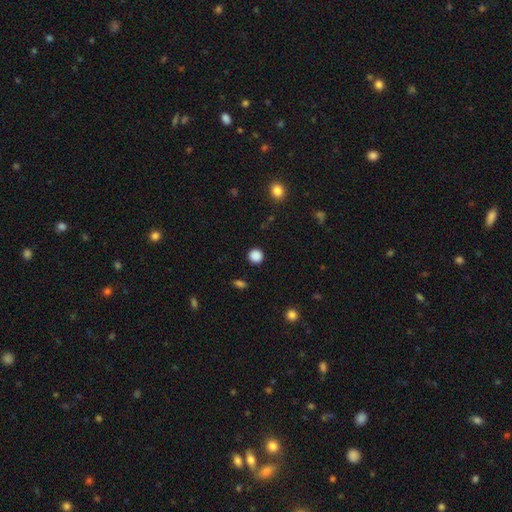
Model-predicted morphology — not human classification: The model was most divided on "smooth or featured": smooth: 86%, star or artifact: 11%, featured or disk: 3%. More confident: how rounded — round (92%); merging — none (90%).